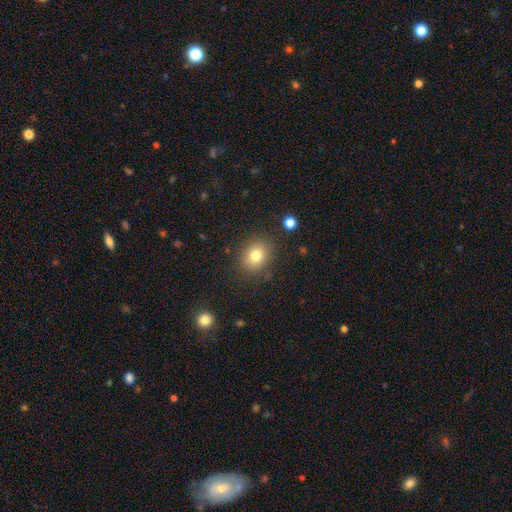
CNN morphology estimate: Smooth or featured? Predicted: smooth (p=0.78). How rounded? Predicted: round (p=0.58). Merging? Predicted: none (p=0.84).